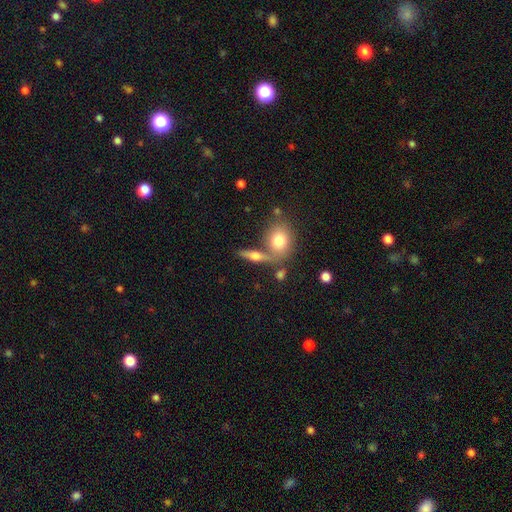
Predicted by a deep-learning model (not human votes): Smooth or featured?
  - smooth: 46% *
  - featured or disk: 44%
  - star or artifact: 10%
Merging?
  - none: 60% *
  - merger: 23%
  - minor disturbance: 12%
  - major disturbance: 5%